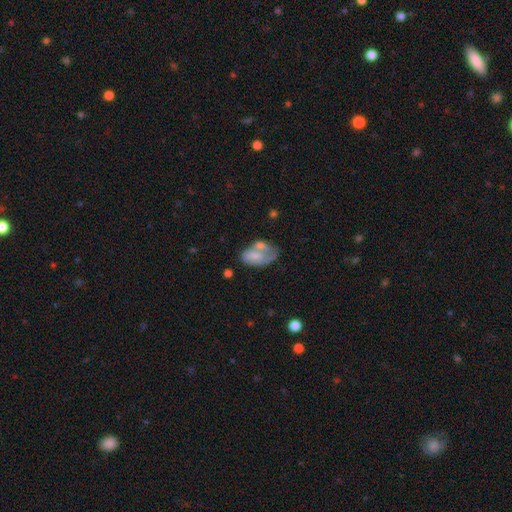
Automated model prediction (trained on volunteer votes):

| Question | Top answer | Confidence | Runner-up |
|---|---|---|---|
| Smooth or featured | smooth | 55% | featured or disk (37%) |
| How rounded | in between | 89% | round (9%) |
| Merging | merger | 37% | none (23%) |